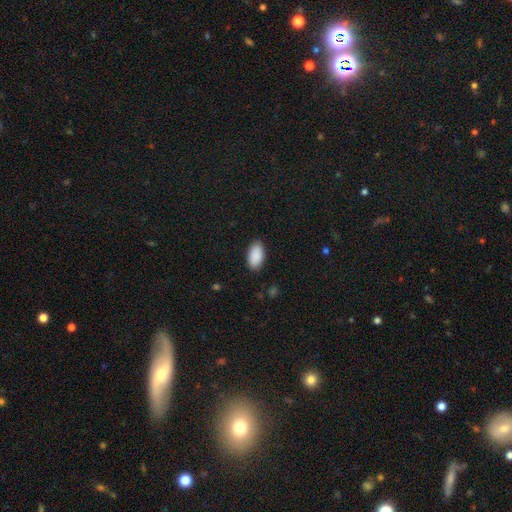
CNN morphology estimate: type=smooth (91%); roundness=in between (95%); merging=none (87%).